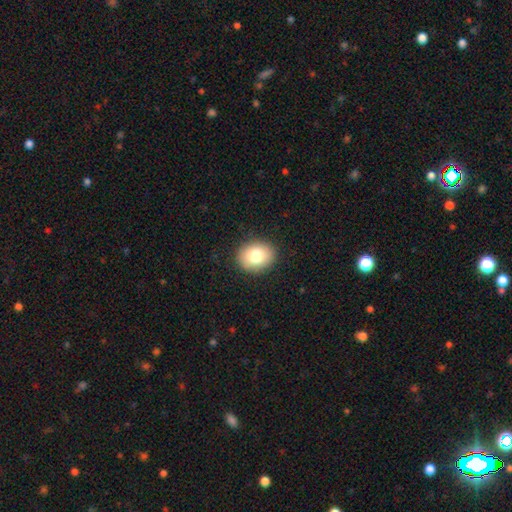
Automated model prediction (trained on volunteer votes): Q: Smooth or featured?
A: smooth (80%); runner-up: featured or disk (11%)
Q: How rounded?
A: in between (52%); runner-up: round (47%)
Q: Merging?
A: none (89%); runner-up: minor disturbance (8%)